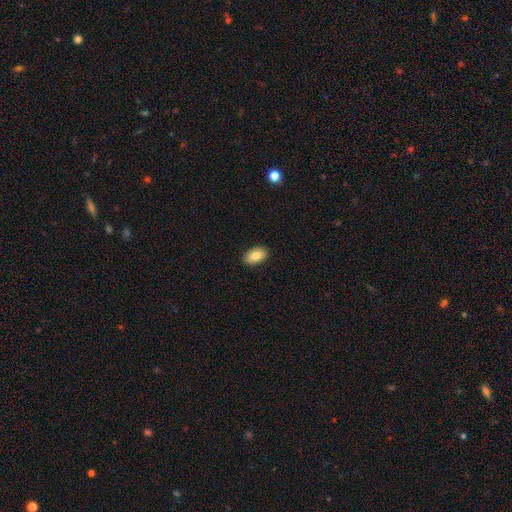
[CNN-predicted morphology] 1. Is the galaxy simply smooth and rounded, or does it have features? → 83% smooth, 10% featured or disk, 7% star or artifact.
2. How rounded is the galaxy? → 91% in between, 7% round, 2% cigar-shaped.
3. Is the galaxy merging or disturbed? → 90% none, 8% minor disturbance, 2% major disturbance, 1% merger.